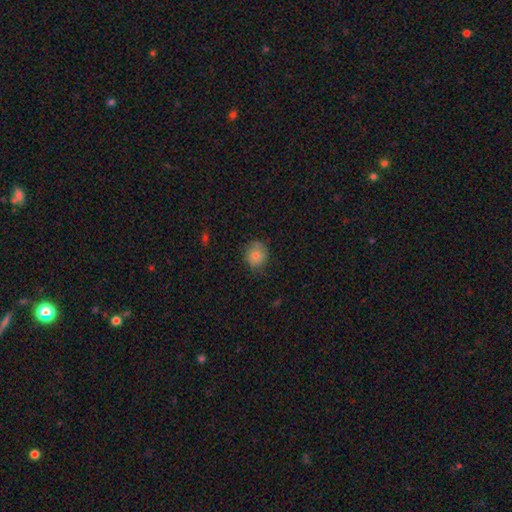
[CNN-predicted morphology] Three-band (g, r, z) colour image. It shows a smooth galaxy with no disk features (79%) that is round (81%). Merging: none (73%).